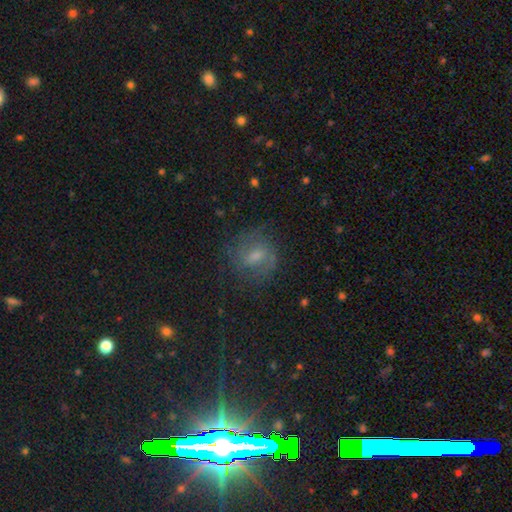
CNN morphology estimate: This appears to be a featured or disk galaxy (46%). Merging: none (72%).